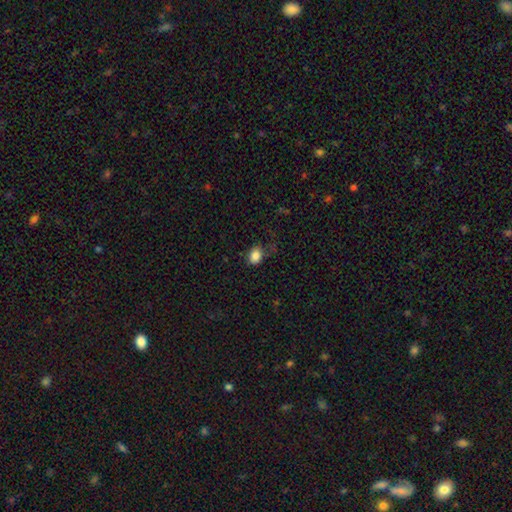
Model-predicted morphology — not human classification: A smooth galaxy with no disk features (85%) that is in between round and cigar-shaped (62%). Merging: none (65%).